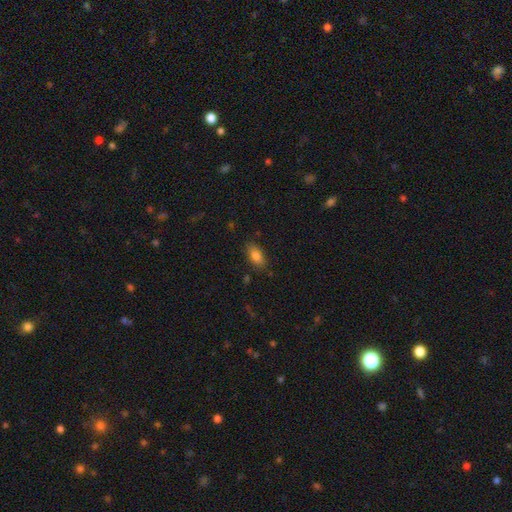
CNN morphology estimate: This appears to be a smooth galaxy with no disk features (83%) that is in between round and cigar-shaped (89%). Merging: none (82%).